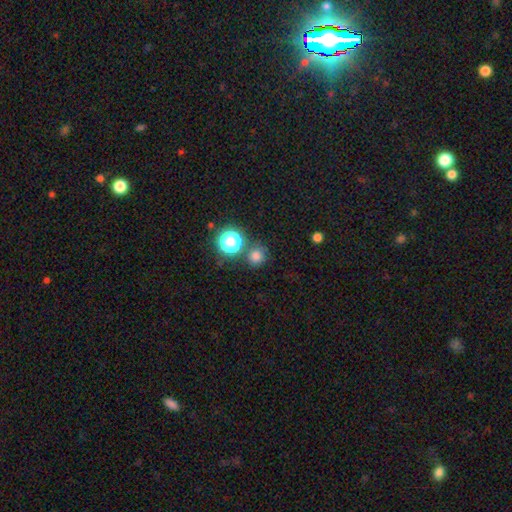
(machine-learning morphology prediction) type=smooth (75%); roundness=round (91%); merging=none (76%).